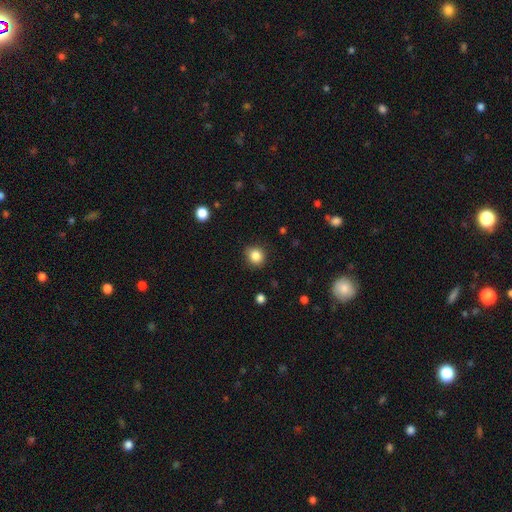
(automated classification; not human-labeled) Smooth or featured? Predicted: smooth (p=0.85). How rounded? Predicted: round (p=0.79). Merging? Predicted: none (p=0.85).